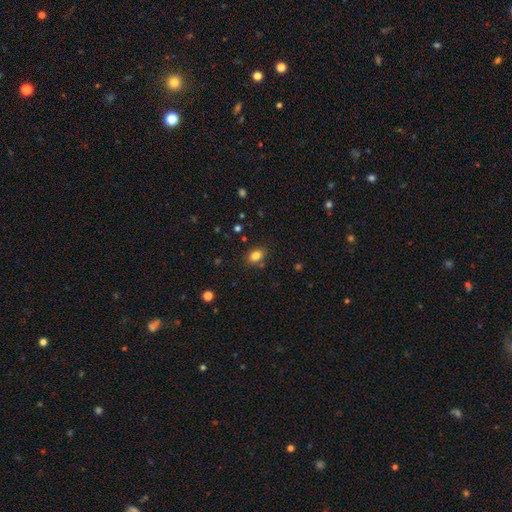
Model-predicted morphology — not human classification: smooth_or_featured: smooth (p=0.81) [alt: star or artifact p=0.11]
how_rounded: in between (p=0.74) [alt: round p=0.25]
merging: none (p=0.80) [alt: minor disturbance p=0.12]